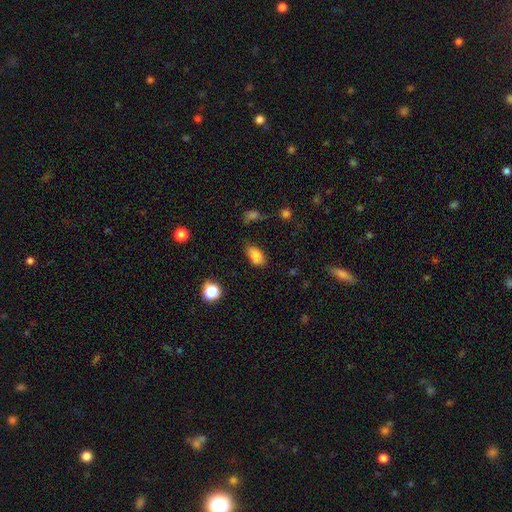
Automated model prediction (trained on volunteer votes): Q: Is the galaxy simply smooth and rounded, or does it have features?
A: smooth — 80%.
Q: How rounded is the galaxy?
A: in between — 90%.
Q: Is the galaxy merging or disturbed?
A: none — 65%.